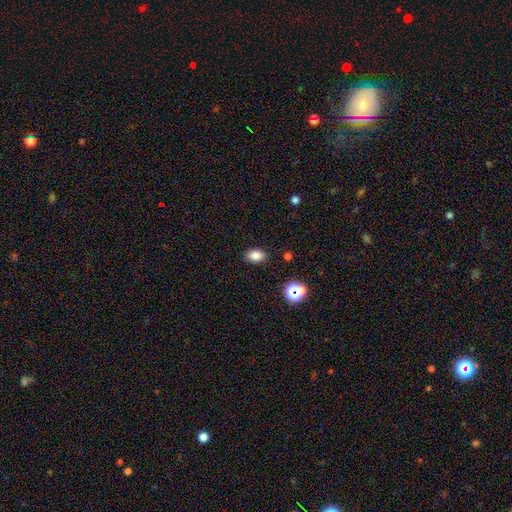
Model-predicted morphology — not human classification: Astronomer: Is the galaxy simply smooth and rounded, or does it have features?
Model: smooth — 82%.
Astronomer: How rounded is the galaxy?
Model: in between — 83%.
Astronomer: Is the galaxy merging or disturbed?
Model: none — 87%.